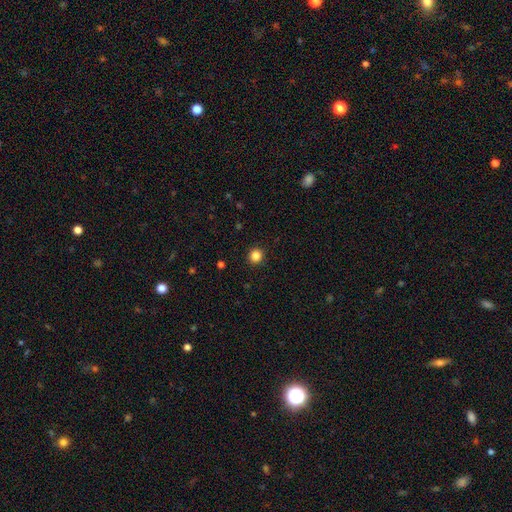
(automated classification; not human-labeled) The model was most divided on "smooth or featured": smooth: 85%, star or artifact: 11%, featured or disk: 4%. More confident: how rounded — round (93%); merging — none (93%).